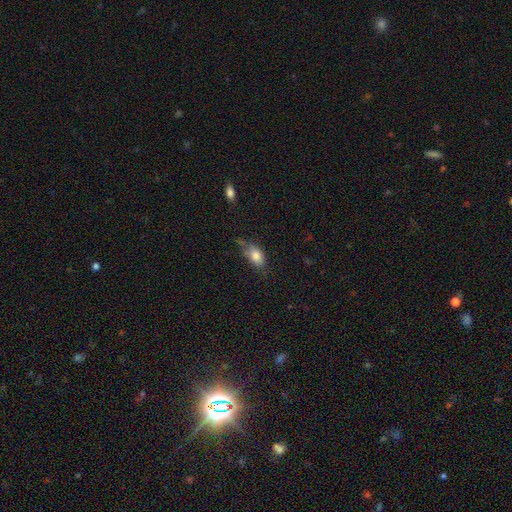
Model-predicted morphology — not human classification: smooth_or_featured: smooth (p=0.81) [alt: featured or disk p=0.11]
how_rounded: in between (p=0.88) [alt: round p=0.10]
merging: none (p=0.58) [alt: minor disturbance p=0.28]